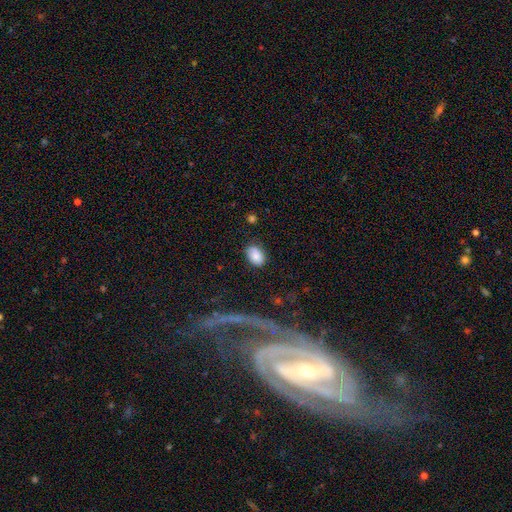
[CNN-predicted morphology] smooth 84%, star or artifact 8%, featured or disk 8%. Down the decision tree: how rounded — in between (84%); merging — none (74%).